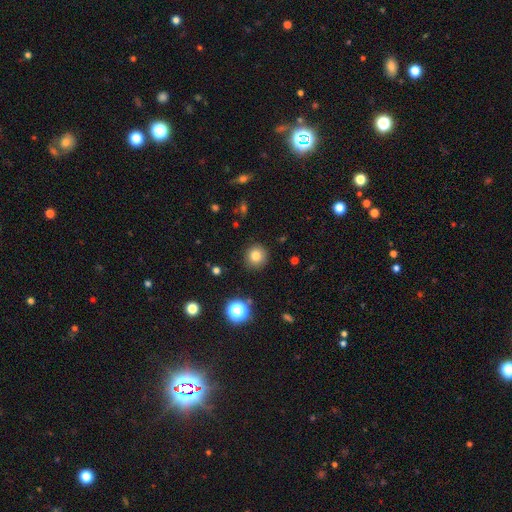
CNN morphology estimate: smooth-or-featured: smooth: 81% | star or artifact: 13% | featured or disk: 7%
  how-rounded: round: 92% | in between: 7% | cigar-shaped: 1%
  merging: none: 89% | minor disturbance: 7% | major disturbance: 2% | merger: 1%